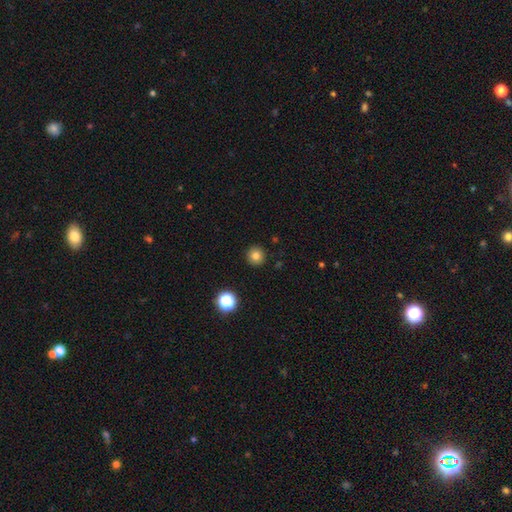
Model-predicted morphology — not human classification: Overall: smooth (81%). How rounded: round (95%). Merging: none (92%).